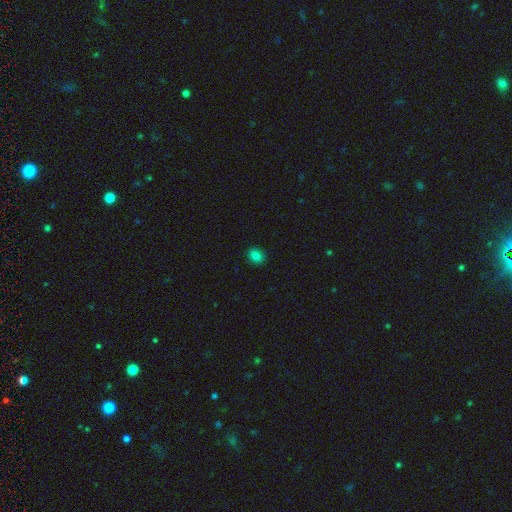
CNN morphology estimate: This appears to be a smooth galaxy with no disk features (83%) that is in between round and cigar-shaped (51%). Merging: none (90%).